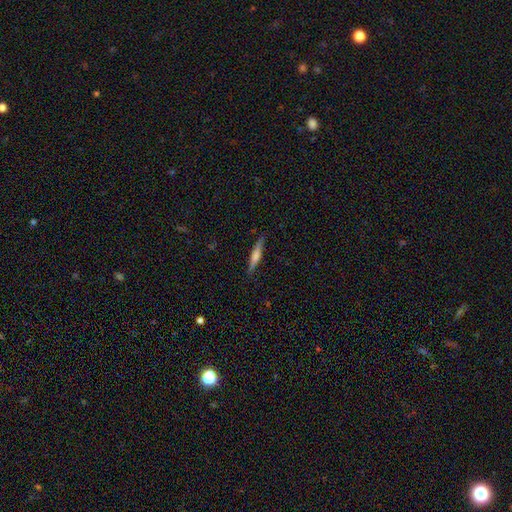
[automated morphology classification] Overall: featured or disk (51%; smooth 42%). Edge-on disk: yes (96%). Merging: none (88%).